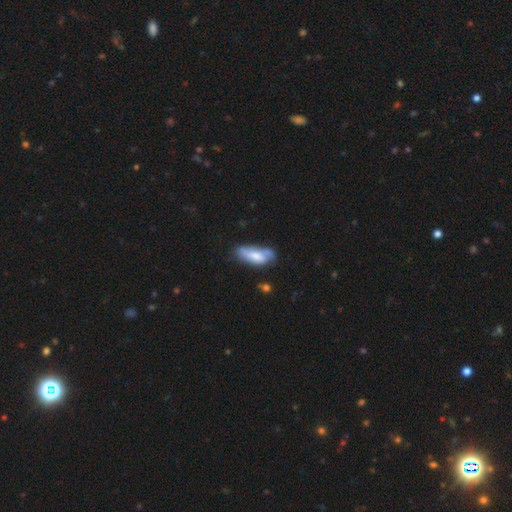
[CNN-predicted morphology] Smooth or featured: smooth — 65% (featured or disk — 28%)
How rounded: in between — 74% (cigar-shaped — 24%)
Merging: none — 47% (minor disturbance — 34%)